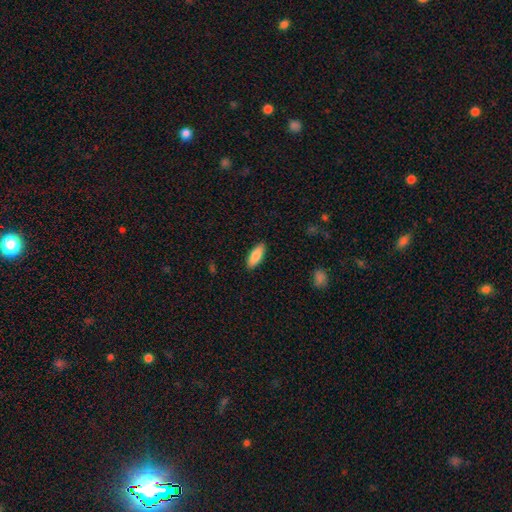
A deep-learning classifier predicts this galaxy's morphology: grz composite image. It shows a smooth galaxy with no disk features (85%) that is in between round and cigar-shaped (71%). Merging: none (89%).